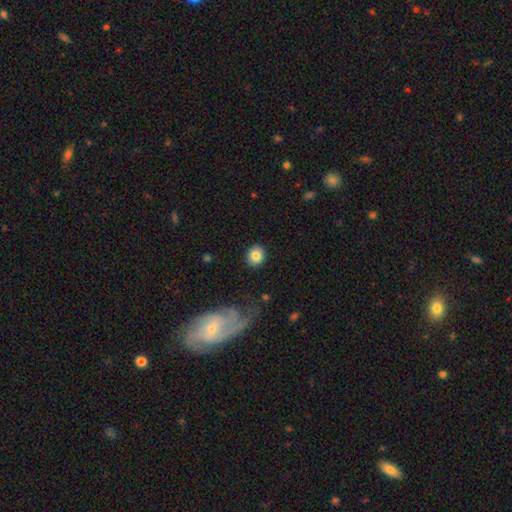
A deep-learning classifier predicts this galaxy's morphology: Smooth or featured?
  - smooth: 83% *
  - featured or disk: 9%
  - star or artifact: 8%
How rounded?
  - round: 83% *
  - in between: 16%
  - cigar-shaped: 1%
Merging?
  - none: 88% *
  - minor disturbance: 7%
  - major disturbance: 3%
  - merger: 2%